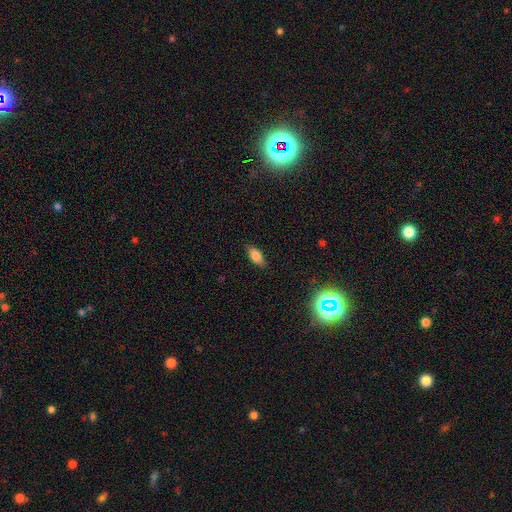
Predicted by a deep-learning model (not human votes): A smooth galaxy with no disk features (77%) that is in between round and cigar-shaped (82%). Merging: none (85%).